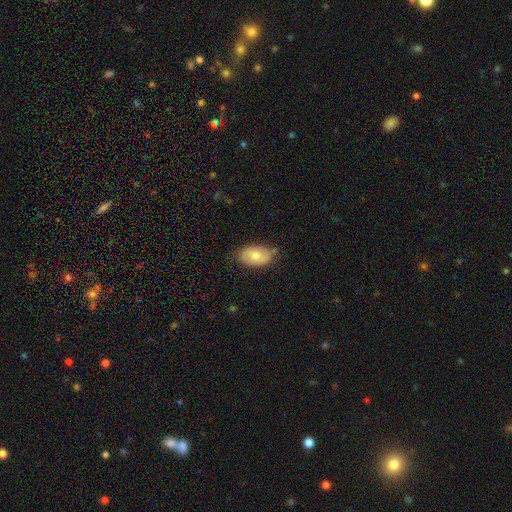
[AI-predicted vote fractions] The model was most divided on "smooth or featured": smooth: 67%, featured or disk: 27%, star or artifact: 7%. More confident: how rounded — in between (91%); merging — none (71%).